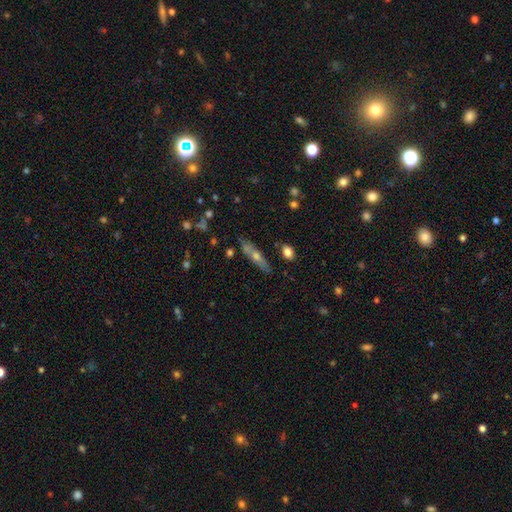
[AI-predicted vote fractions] Q: Smooth or featured?
A: featured or disk (49%); runner-up: smooth (38%)
Q: Merging?
A: none (79%); runner-up: minor disturbance (13%)